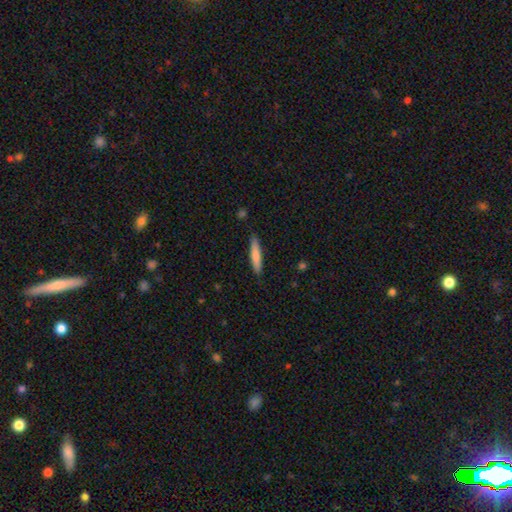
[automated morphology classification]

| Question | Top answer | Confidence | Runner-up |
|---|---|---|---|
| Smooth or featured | smooth | 76% | featured or disk (18%) |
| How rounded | cigar-shaped | 90% | in between (8%) |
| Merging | none | 87% | minor disturbance (10%) |